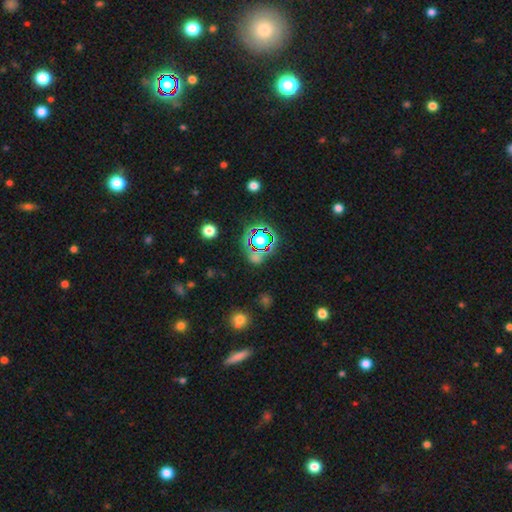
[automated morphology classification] A star or artifact, not a galaxy (70%).

Vote fractions:
- Smooth or featured? star or artifact: 70% / smooth: 20% / featured or disk: 10%